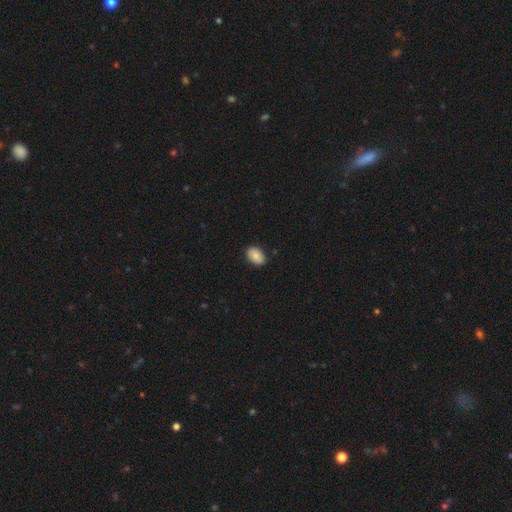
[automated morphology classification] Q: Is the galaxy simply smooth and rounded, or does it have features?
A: smooth — 85%.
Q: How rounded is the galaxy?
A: in between — 85%.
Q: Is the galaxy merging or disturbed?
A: none — 86%.